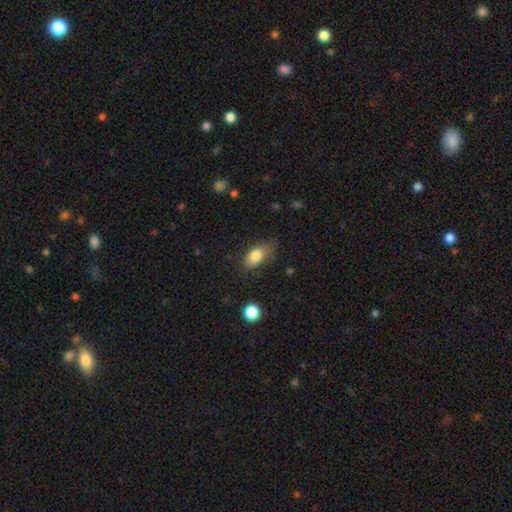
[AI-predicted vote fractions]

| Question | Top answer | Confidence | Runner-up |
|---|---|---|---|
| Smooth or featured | smooth | 81% | featured or disk (11%) |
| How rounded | in between | 87% | round (8%) |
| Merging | none | 60% | minor disturbance (29%) |